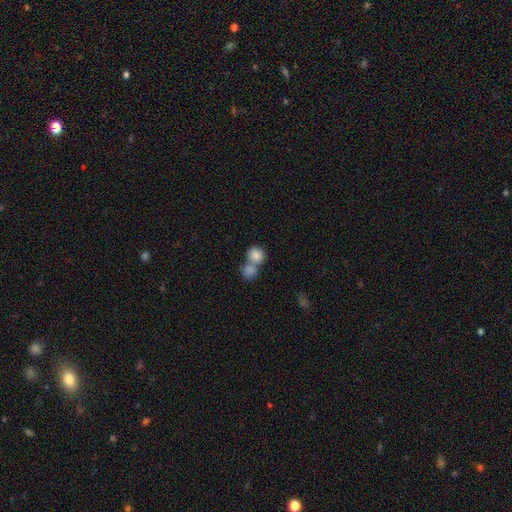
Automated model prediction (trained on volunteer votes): Smooth or featured: smooth — 84% (featured or disk — 8%)
How rounded: round — 81% (in between — 18%)
Merging: merger — 60% (none — 31%)